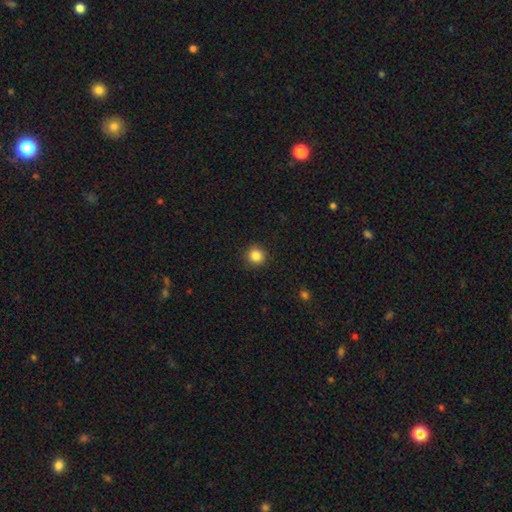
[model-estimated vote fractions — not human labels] Q: Smooth or featured?
A: smooth (86%); runner-up: star or artifact (10%)
Q: How rounded?
A: round (93%); runner-up: in between (6%)
Q: Merging?
A: none (91%); runner-up: minor disturbance (6%)